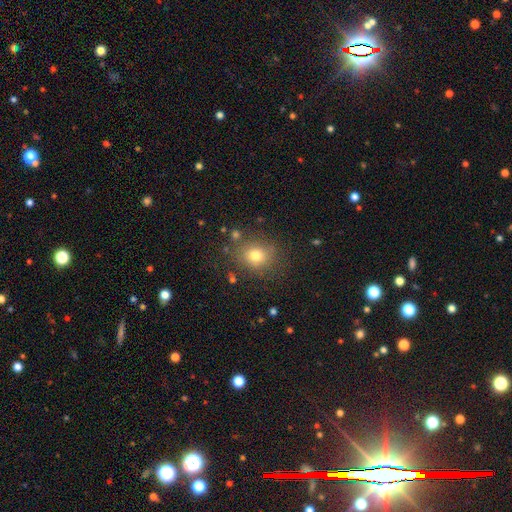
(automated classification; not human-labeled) The model was most divided on "how rounded": round: 71%, in between: 28%, cigar-shaped: 1%. More confident: merging — none (81%); smooth or featured — smooth (76%).